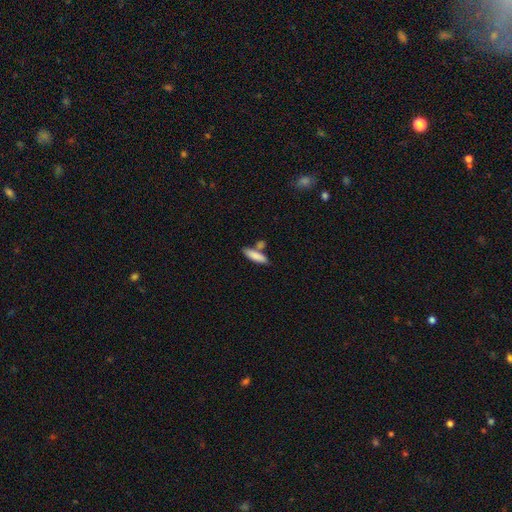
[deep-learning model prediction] A smooth galaxy with no disk features (85%) that is cigar-shaped (58%).

Vote fractions:
- Smooth or featured? smooth: 85% / featured or disk: 9% / star or artifact: 6%
- How rounded? cigar-shaped: 58% / in between: 40% / round: 2%
- Merging? none: 65% / merger: 20% / minor disturbance: 12% / major disturbance: 3%